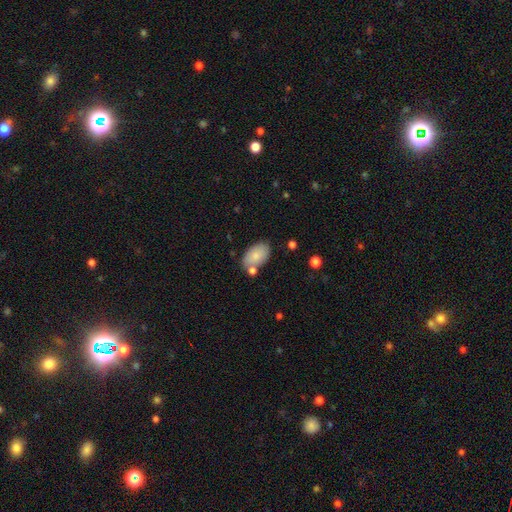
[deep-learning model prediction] smooth_or_featured: smooth (p=0.81) [alt: featured or disk p=0.12]
how_rounded: in between (p=0.93) [alt: round p=0.06]
merging: none (p=0.68) [alt: minor disturbance p=0.16]